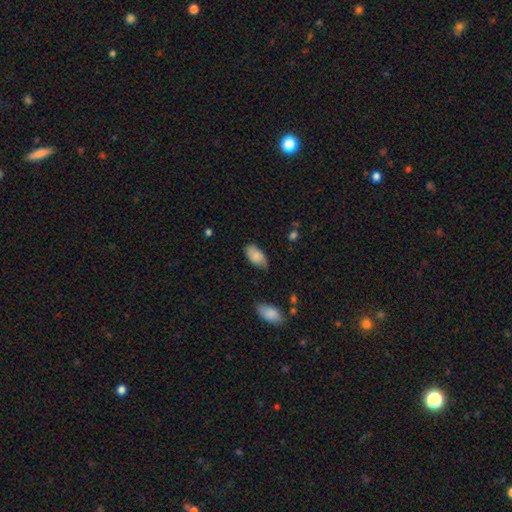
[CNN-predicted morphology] Overall: smooth (81%). How rounded: in between (94%). Merging: none (70%).